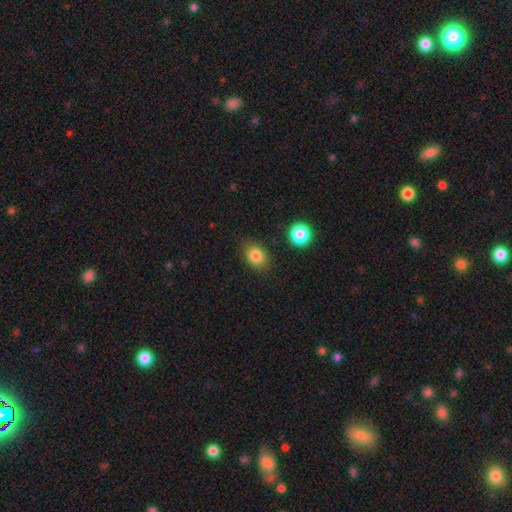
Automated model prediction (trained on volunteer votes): smooth-or-featured: smooth: 83% | star or artifact: 10% | featured or disk: 7%
  how-rounded: in between: 65% | round: 34% | cigar-shaped: 1%
  merging: none: 82% | minor disturbance: 12% | major disturbance: 3% | merger: 2%